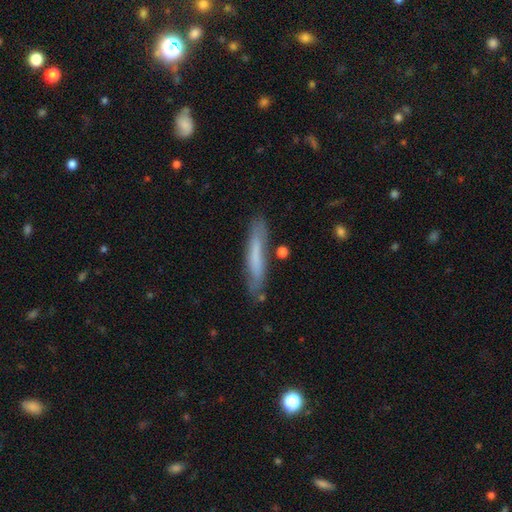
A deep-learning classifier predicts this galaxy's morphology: smooth_or_featured: smooth (p=0.64) [alt: featured or disk p=0.29]
how_rounded: cigar-shaped (p=0.91) [alt: in between p=0.08]
merging: none (p=0.77) [alt: minor disturbance p=0.16]